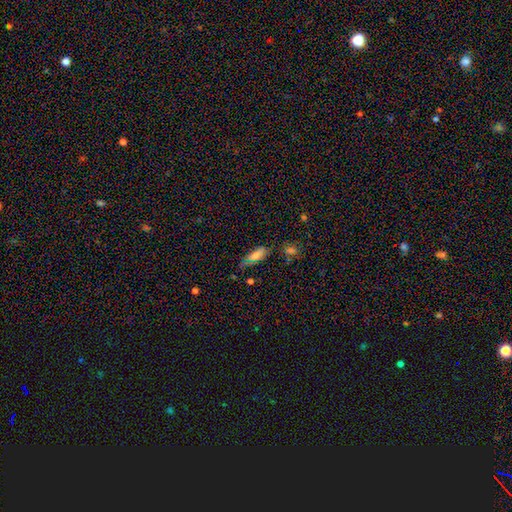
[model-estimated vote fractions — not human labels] Q: Smooth or featured?
A: smooth (73%); runner-up: star or artifact (14%)
Q: How rounded?
A: in between (58%); runner-up: cigar-shaped (39%)
Q: Merging?
A: none (59%); runner-up: minor disturbance (27%)